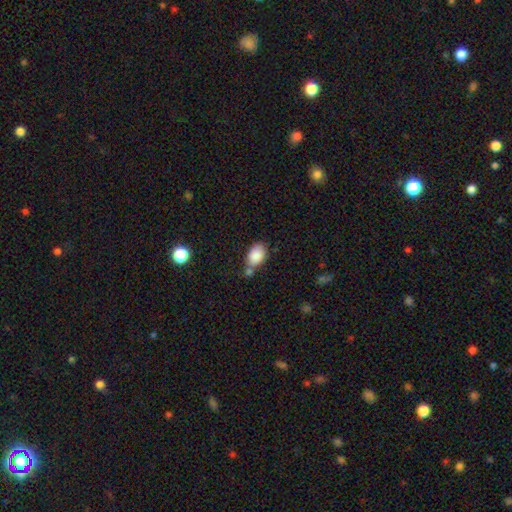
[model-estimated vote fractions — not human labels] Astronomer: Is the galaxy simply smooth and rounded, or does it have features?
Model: smooth — 86%.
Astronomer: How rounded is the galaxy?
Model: in between — 85%.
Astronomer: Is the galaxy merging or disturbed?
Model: none — 51%.